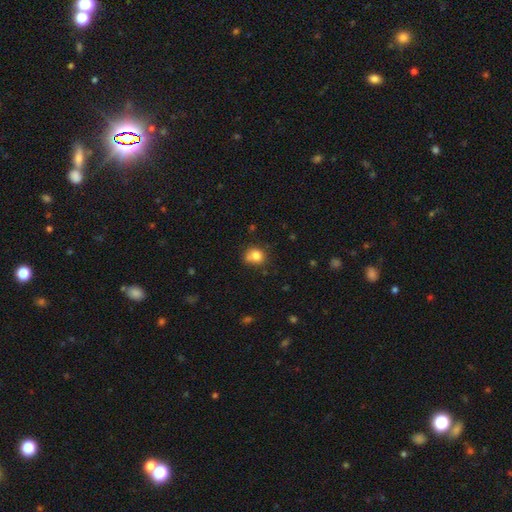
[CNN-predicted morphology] Smooth or featured? Predicted: smooth (p=0.80). How rounded? Predicted: round (p=0.68). Merging? Predicted: none (p=0.56).